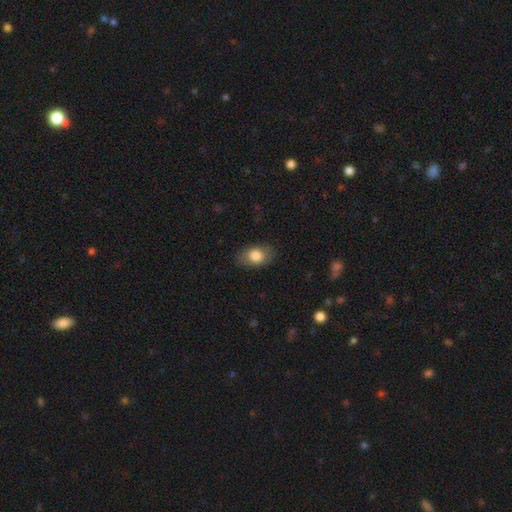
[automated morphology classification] type=smooth (81%); roundness=in between (86%); merging=none (84%).